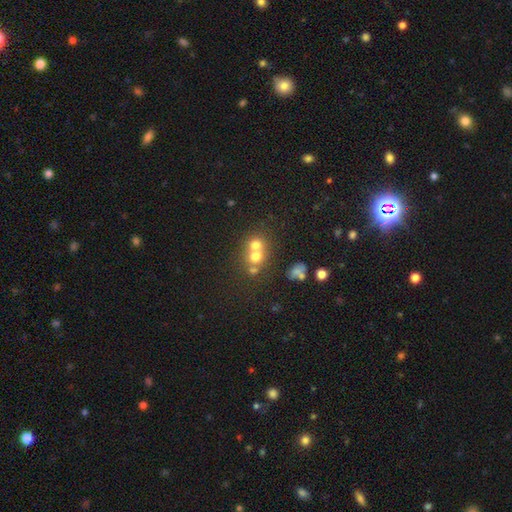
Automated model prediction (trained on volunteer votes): Smooth or featured? Predicted: smooth (p=0.65). How rounded? Predicted: round (p=0.78). Merging? Predicted: merger (p=0.62).